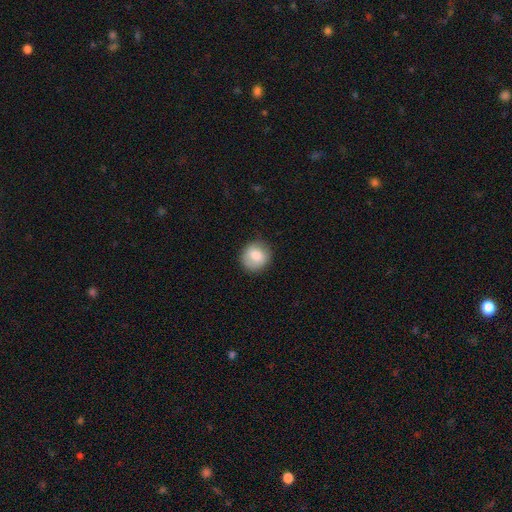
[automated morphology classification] Smooth or featured: smooth — 81% (featured or disk — 12%)
How rounded: round — 87% (in between — 12%)
Merging: none — 84% (minor disturbance — 12%)